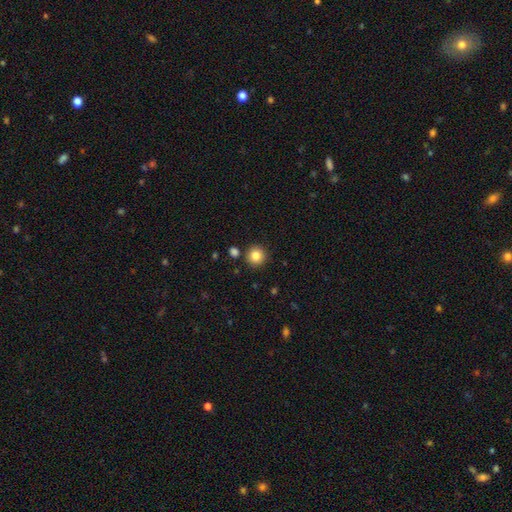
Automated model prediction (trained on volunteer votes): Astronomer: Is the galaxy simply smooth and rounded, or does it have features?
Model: smooth — 84%.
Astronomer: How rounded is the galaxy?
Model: round — 94%.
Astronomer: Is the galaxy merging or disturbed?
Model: none — 88%.